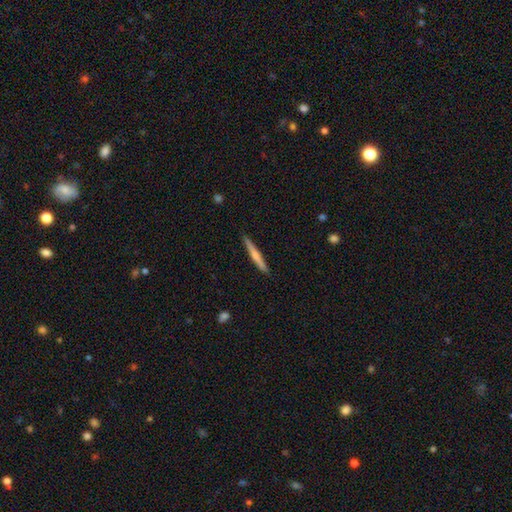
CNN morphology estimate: This appears to be a smooth galaxy with no disk features (56%) that is cigar-shaped (96%). Merging: none (90%).